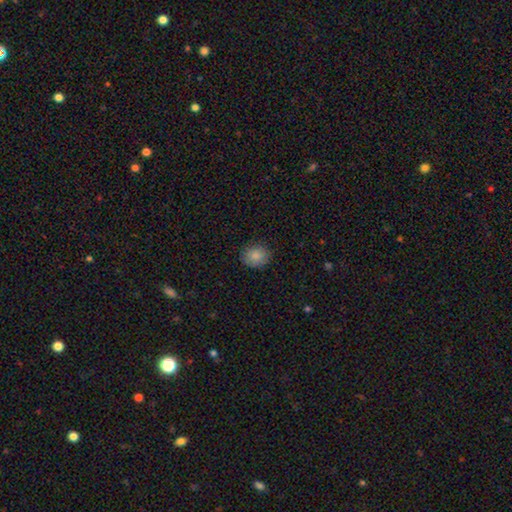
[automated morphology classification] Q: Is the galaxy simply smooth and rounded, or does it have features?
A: smooth — 85%.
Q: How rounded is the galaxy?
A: round — 67%.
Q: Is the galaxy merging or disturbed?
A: none — 85%.